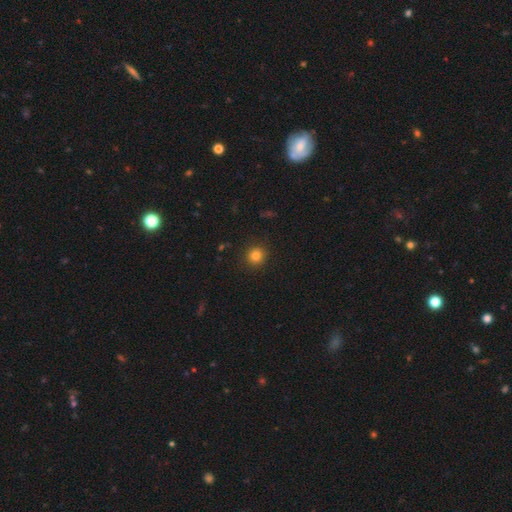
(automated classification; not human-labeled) A smooth galaxy with no disk features (81%) that is round (93%). Merging: none (91%).